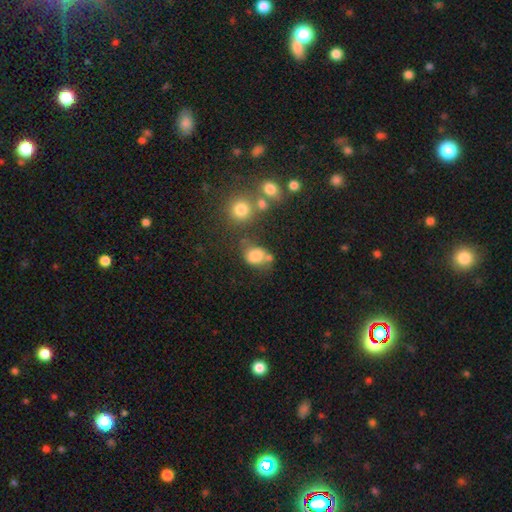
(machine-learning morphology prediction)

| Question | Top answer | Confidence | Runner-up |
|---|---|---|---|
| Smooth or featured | smooth | 78% | star or artifact (13%) |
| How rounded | in between | 51% | round (48%) |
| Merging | none | 48% | merger (22%) |